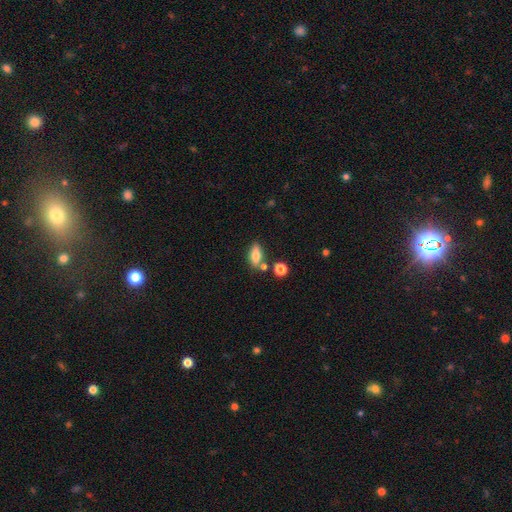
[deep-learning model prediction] smooth 72%, featured or disk 19%, star or artifact 9%. Down the decision tree: how rounded — in between (77%); merging — none (73%).